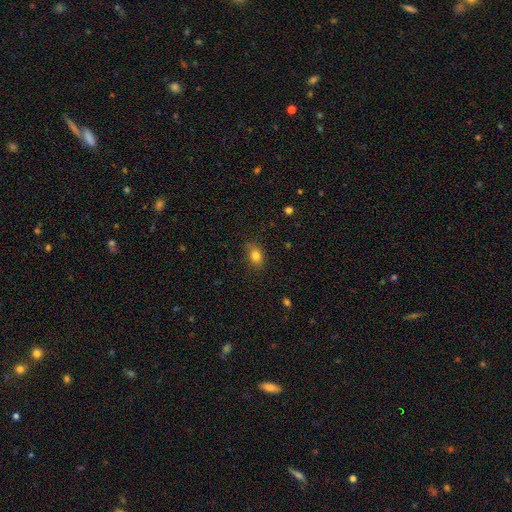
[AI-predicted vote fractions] A smooth galaxy with no disk features (82%) that is in between round and cigar-shaped (66%).

Vote fractions:
- Smooth or featured? smooth: 82% / star or artifact: 11% / featured or disk: 7%
- How rounded? in between: 66% / round: 32% / cigar-shaped: 2%
- Merging? none: 78% / minor disturbance: 17% / major disturbance: 4% / merger: 1%